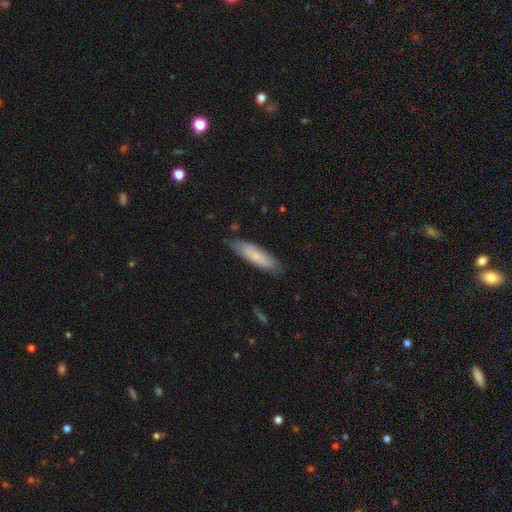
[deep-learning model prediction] Smooth or featured? Predicted: smooth (p=0.70). How rounded? Predicted: cigar-shaped (p=0.60). Merging? Predicted: none (p=0.76).